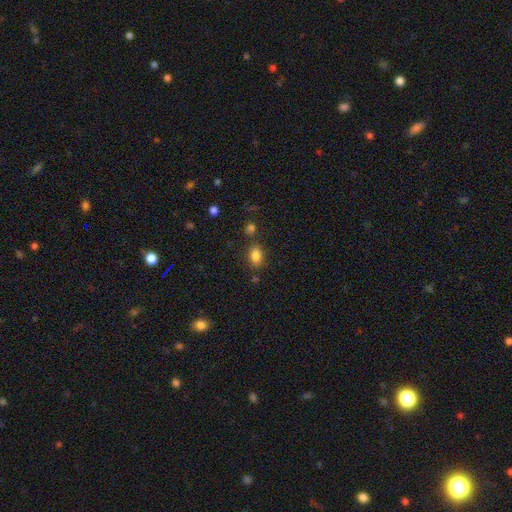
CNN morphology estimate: Q: Smooth or featured?
A: smooth (83%); runner-up: star or artifact (10%)
Q: How rounded?
A: in between (80%); runner-up: round (18%)
Q: Merging?
A: none (76%); runner-up: minor disturbance (13%)